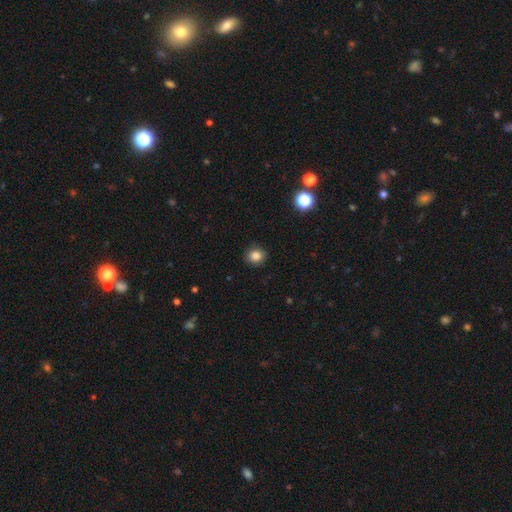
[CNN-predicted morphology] Smooth or featured?
  - smooth: 85% *
  - star or artifact: 11%
  - featured or disk: 4%
How rounded?
  - round: 73% *
  - in between: 26%
  - cigar-shaped: 1%
Merging?
  - none: 87% *
  - minor disturbance: 10%
  - major disturbance: 2%
  - merger: 1%